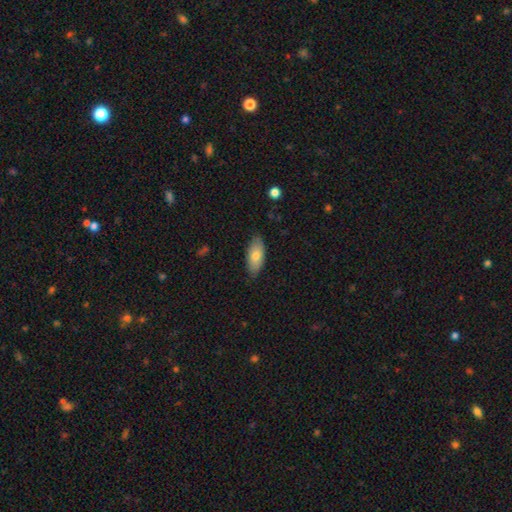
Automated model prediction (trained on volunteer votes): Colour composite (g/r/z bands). It shows a smooth galaxy with no disk features (75%) that is in between round and cigar-shaped (87%). Merging: none (81%).